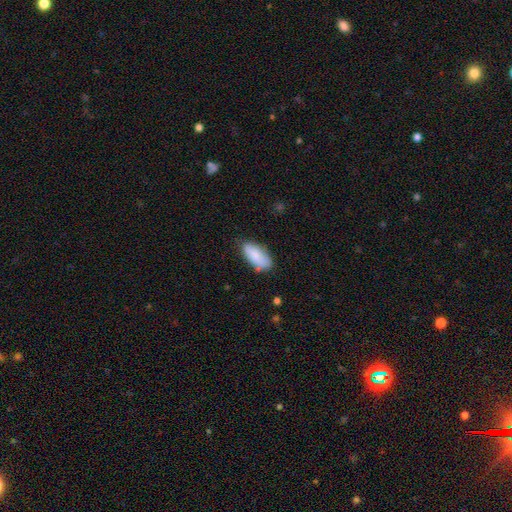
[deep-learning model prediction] Morphology: type=smooth (84%); roundness=in between (90%); merging=none (68%).